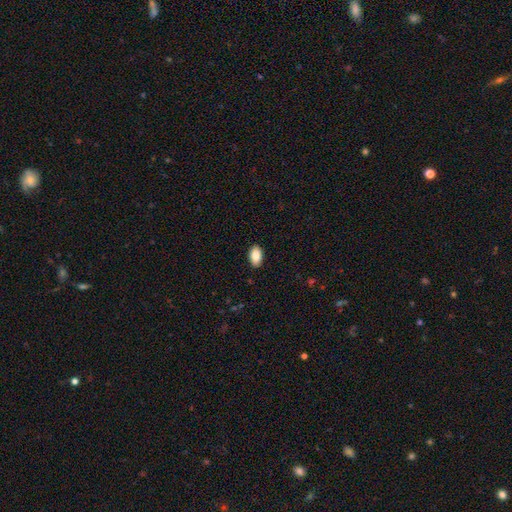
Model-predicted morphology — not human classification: A smooth galaxy with no disk features (88%) that is in between round and cigar-shaped (93%). Merging: none (89%).